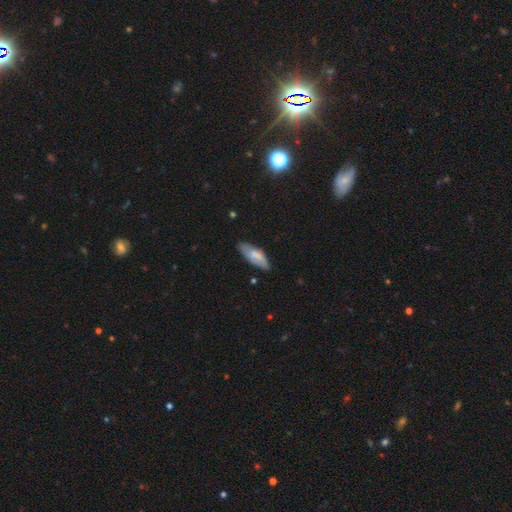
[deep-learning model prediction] smooth 67%, featured or disk 27%, star or artifact 6%. Down the decision tree: how rounded — in between (70%); merging — none (67%).